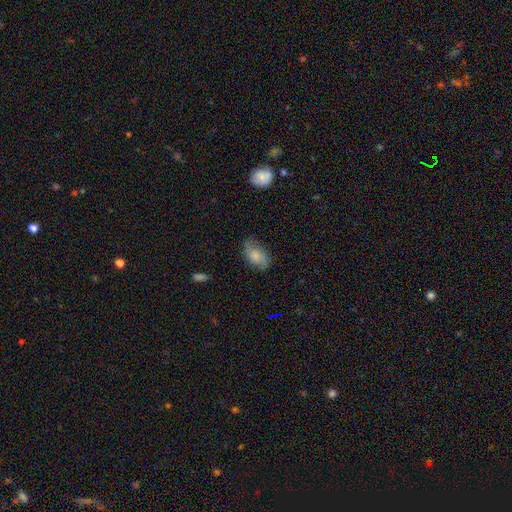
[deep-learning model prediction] Smooth or featured: smooth — 56% (featured or disk — 35%)
How rounded: in between — 88% (round — 9%)
Merging: none — 70% (minor disturbance — 22%)